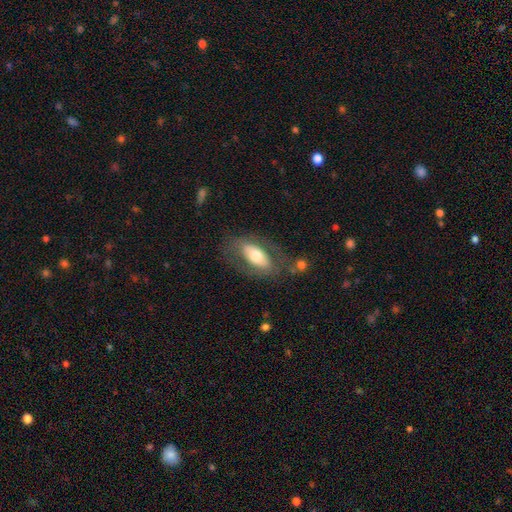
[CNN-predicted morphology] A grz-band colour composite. It shows a smooth galaxy with no disk features (53%) that is in between round and cigar-shaped (89%). Merging: none (70%).